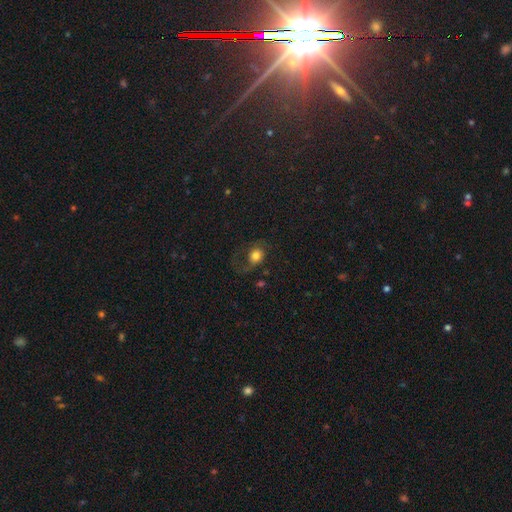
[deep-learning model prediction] A smooth galaxy with no disk features (62%) that is round (63%).

Vote fractions:
- Smooth or featured? smooth: 62% / featured or disk: 26% / star or artifact: 11%
- How rounded? round: 63% / in between: 36% / cigar-shaped: 1%
- Merging? none: 43% / major disturbance: 35% / minor disturbance: 19% / merger: 3%